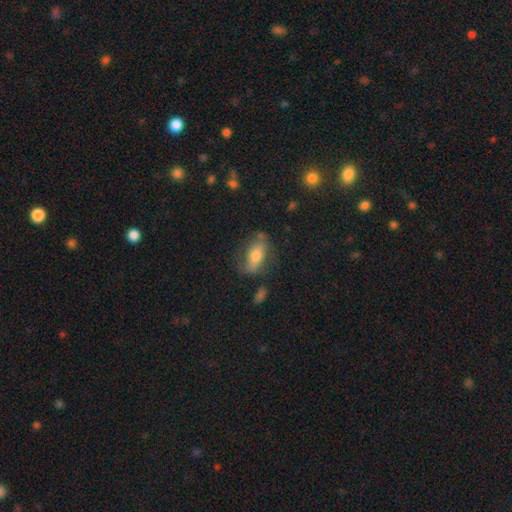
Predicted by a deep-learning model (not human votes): smooth-or-featured: smooth: 58% | featured or disk: 33% | star or artifact: 9%
  how-rounded: in between: 78% | cigar-shaped: 16% | round: 6%
  merging: none: 63% | minor disturbance: 22% | major disturbance: 11% | merger: 4%